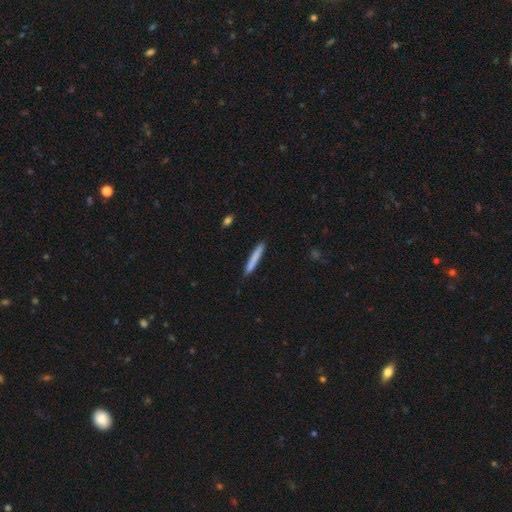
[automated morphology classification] Smooth or featured? Predicted: smooth (p=0.74). How rounded? Predicted: cigar-shaped (p=0.96). Merging? Predicted: none (p=0.90).